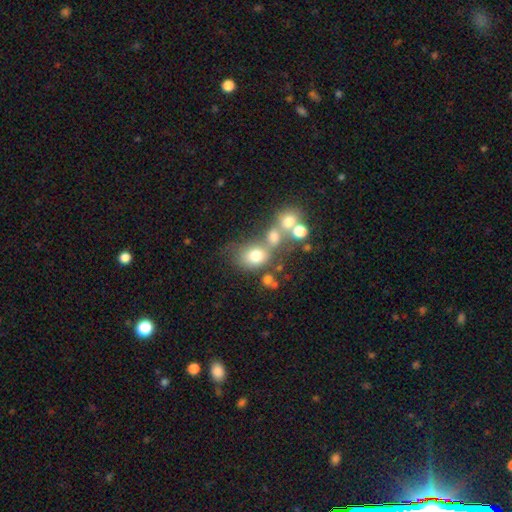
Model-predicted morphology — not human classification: Smooth or featured? Predicted: smooth (p=0.71). How rounded? Predicted: round (p=0.59). Merging? Predicted: none (p=0.42).